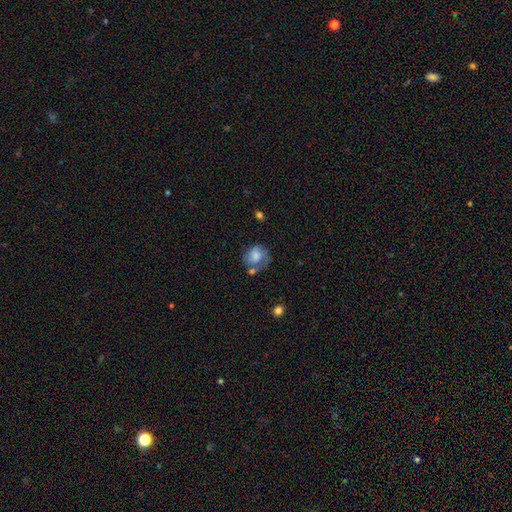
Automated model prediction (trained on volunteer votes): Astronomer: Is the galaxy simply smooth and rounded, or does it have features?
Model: smooth — 47% (runner-up: featured or disk, 44%).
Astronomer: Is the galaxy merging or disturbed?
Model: none — 40% (runner-up: minor disturbance, 25%).